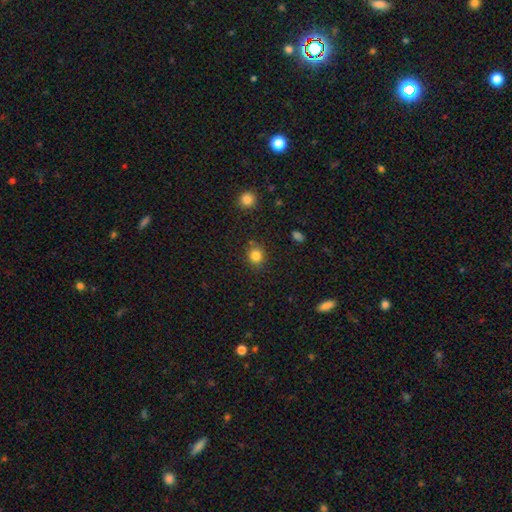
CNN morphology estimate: This is clearly a smooth galaxy (83%). How rounded: clearly round (82%). Merging: clearly none (84%).